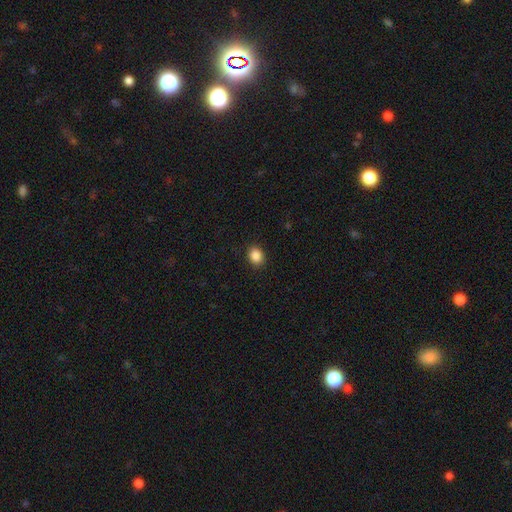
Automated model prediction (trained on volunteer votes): smooth 87%, star or artifact 9%, featured or disk 3%. Down the decision tree: how rounded — in between (50%); merging — none (90%).